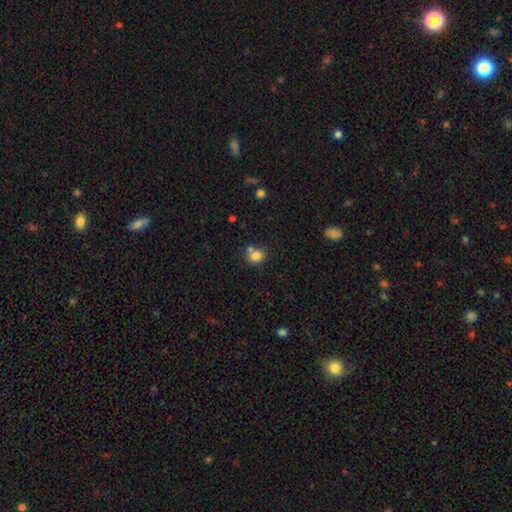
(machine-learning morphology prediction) Smooth or featured? smooth (80%)
How rounded? round (63%)
Merging? none (55%)